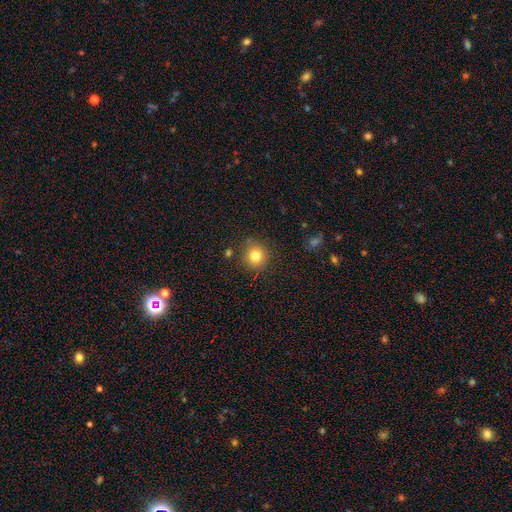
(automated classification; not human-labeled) Overall: smooth (81%). How rounded: round (90%). Merging: none (86%).